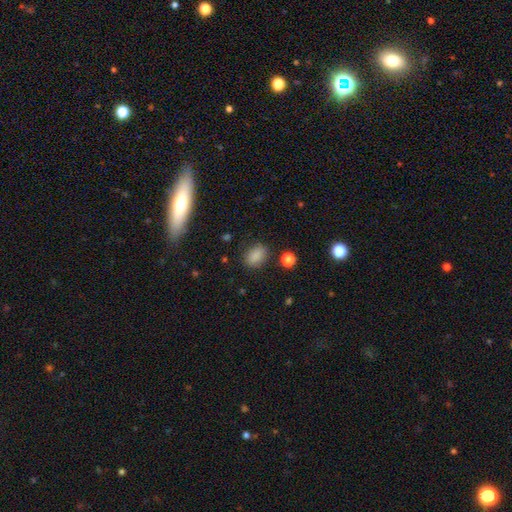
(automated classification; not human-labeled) Smooth or featured? Predicted: smooth (p=0.85). How rounded? Predicted: in between (p=0.77). Merging? Predicted: none (p=0.82).